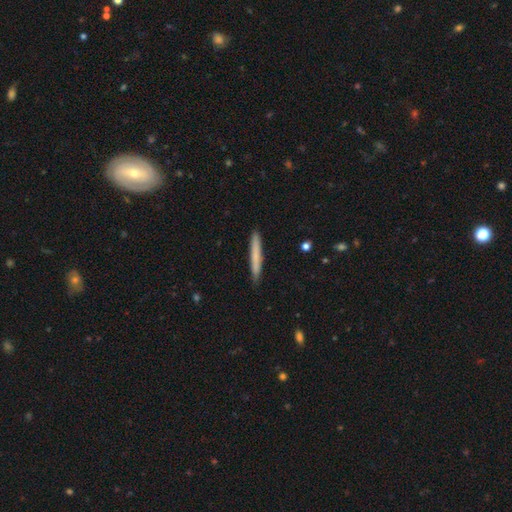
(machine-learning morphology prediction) type=smooth (72%); roundness=cigar-shaped (96%); merging=none (90%).